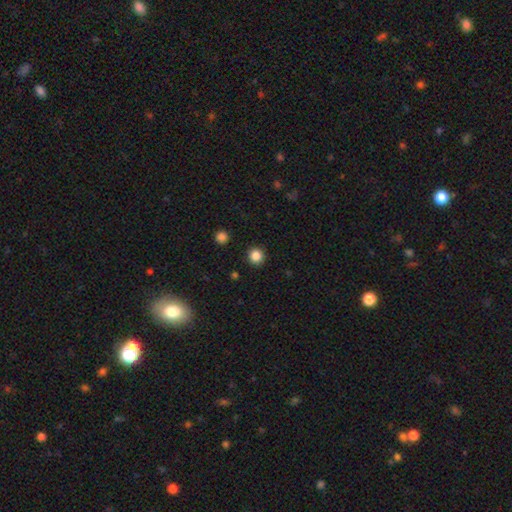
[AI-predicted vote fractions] Q: Smooth or featured?
A: smooth (85%); runner-up: star or artifact (11%)
Q: How rounded?
A: round (93%); runner-up: in between (6%)
Q: Merging?
A: none (92%); runner-up: minor disturbance (5%)